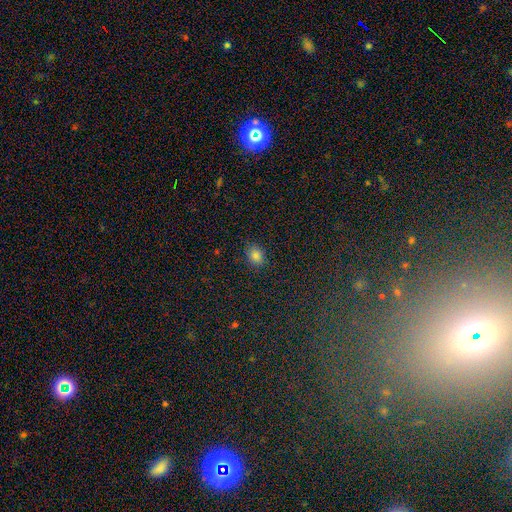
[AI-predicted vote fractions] smooth_or_featured: smooth (p=0.82) [alt: star or artifact p=0.14]
how_rounded: in between (p=0.53) [alt: round p=0.46]
merging: none (p=0.83) [alt: minor disturbance p=0.13]